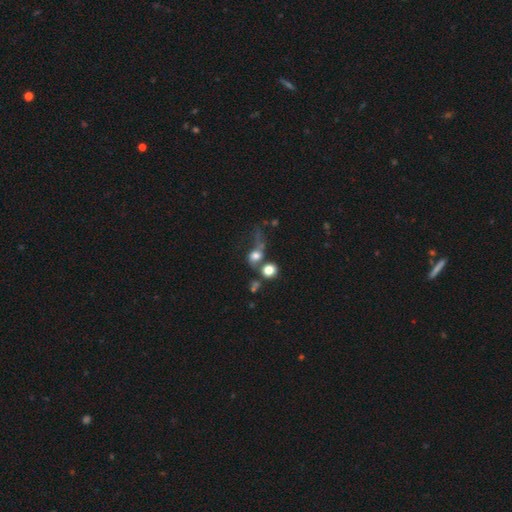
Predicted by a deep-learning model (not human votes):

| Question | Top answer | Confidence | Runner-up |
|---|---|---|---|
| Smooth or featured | smooth | 69% | featured or disk (17%) |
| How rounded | round | 67% | in between (31%) |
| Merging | merger | 34% | none (27%) |